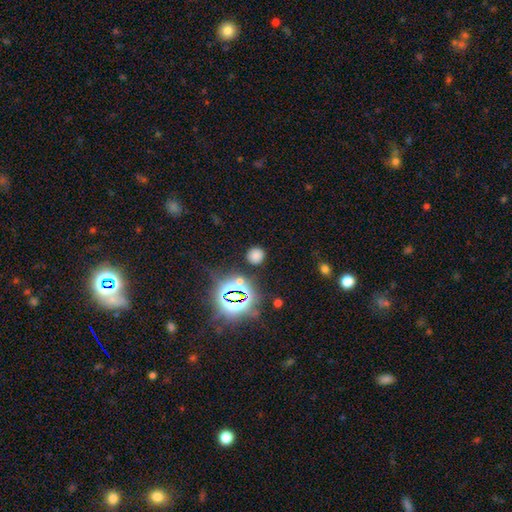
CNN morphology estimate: Q: Smooth or featured?
A: smooth (66%); runner-up: star or artifact (28%)
Q: How rounded?
A: round (88%); runner-up: in between (11%)
Q: Merging?
A: none (86%); runner-up: minor disturbance (8%)